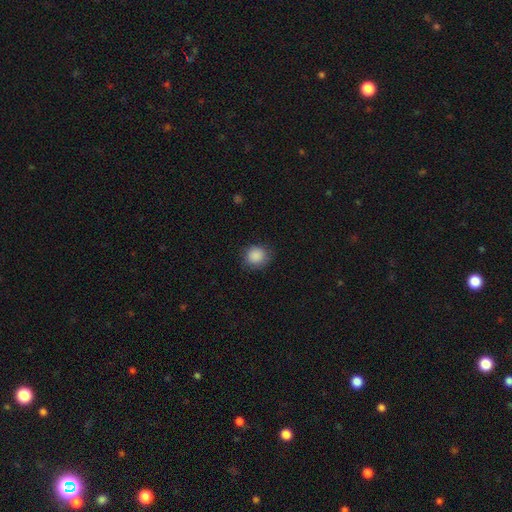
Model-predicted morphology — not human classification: smooth_or_featured: smooth (p=0.88) [alt: star or artifact p=0.09]
how_rounded: round (p=0.83) [alt: in between p=0.16]
merging: none (p=0.83) [alt: minor disturbance p=0.13]